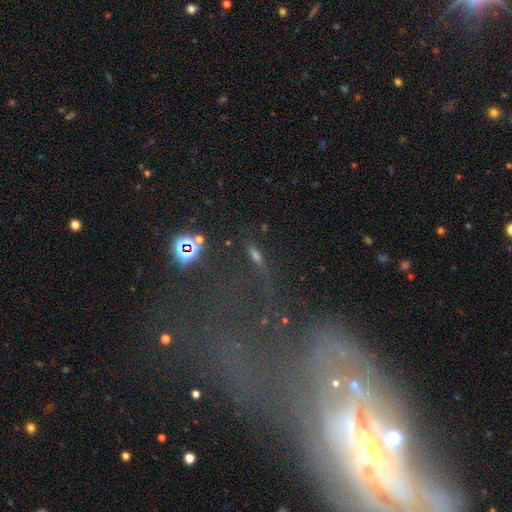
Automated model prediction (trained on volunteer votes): The model was most divided on "smooth or featured" (2-way tie): star or artifact: 36%, smooth: 36%, featured or disk: 28%.